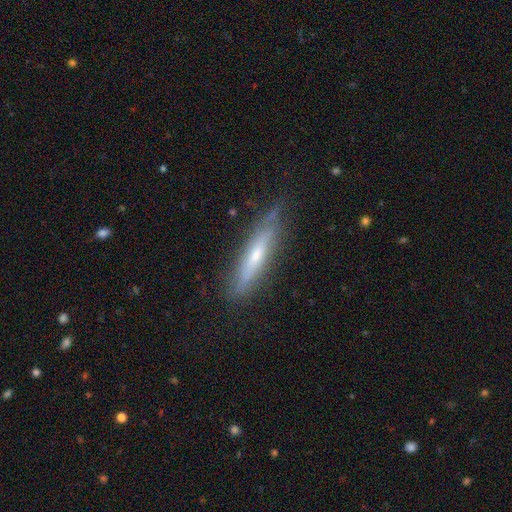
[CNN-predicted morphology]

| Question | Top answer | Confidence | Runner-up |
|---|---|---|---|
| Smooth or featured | featured or disk | 55% | smooth (38%) |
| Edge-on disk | yes | 84% | no (16%) |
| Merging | none | 76% | minor disturbance (19%) |